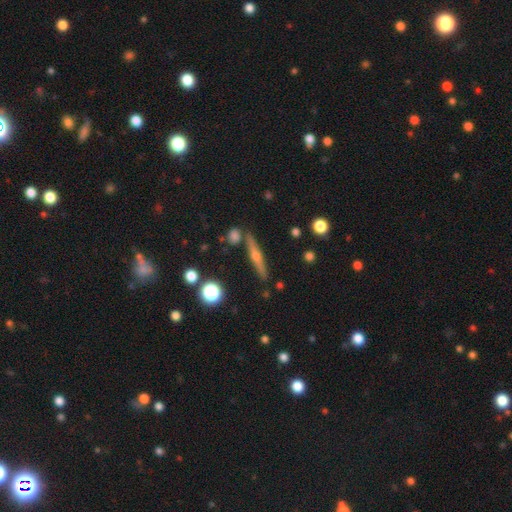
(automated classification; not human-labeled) A featured or disk galaxy (66%) viewed edge-on (97%) with a rounded central bulge (90%).

Vote fractions:
- Smooth or featured? featured or disk: 66% / smooth: 25% / star or artifact: 9%
- Edge-on disk? yes: 97% / no: 3%
- Edge-on bulge? rounded: 90% / none: 7% / boxy: 4%
- Merging? none: 84% / minor disturbance: 9% / merger: 5% / major disturbance: 2%